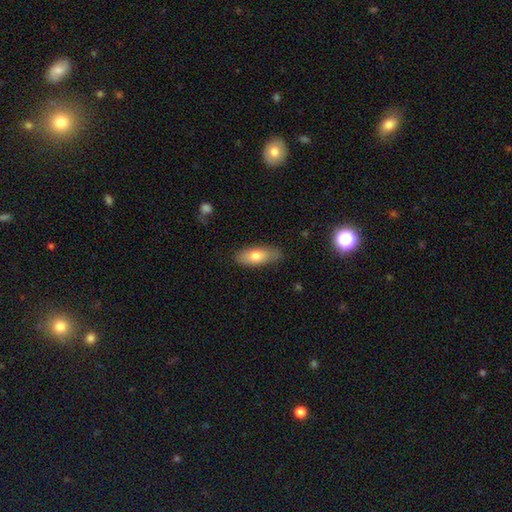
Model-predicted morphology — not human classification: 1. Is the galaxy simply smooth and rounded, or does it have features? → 72% smooth, 22% featured or disk, 6% star or artifact.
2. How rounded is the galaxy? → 75% in between, 23% cigar-shaped, 3% round.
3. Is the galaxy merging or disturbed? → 81% none, 15% minor disturbance, 3% major disturbance, 1% merger.